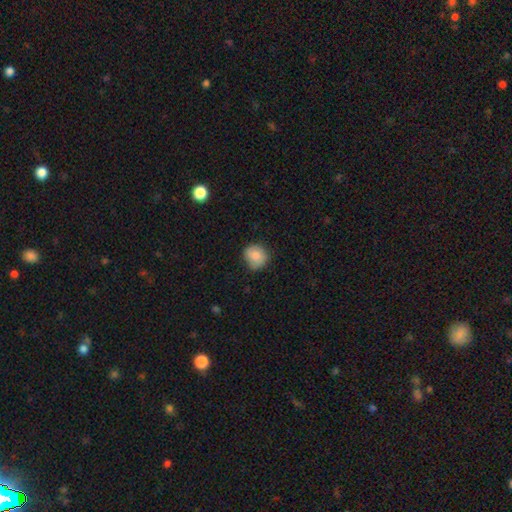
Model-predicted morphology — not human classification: This appears to be a smooth galaxy with no disk features (81%) that is round (85%). Merging: none (77%).